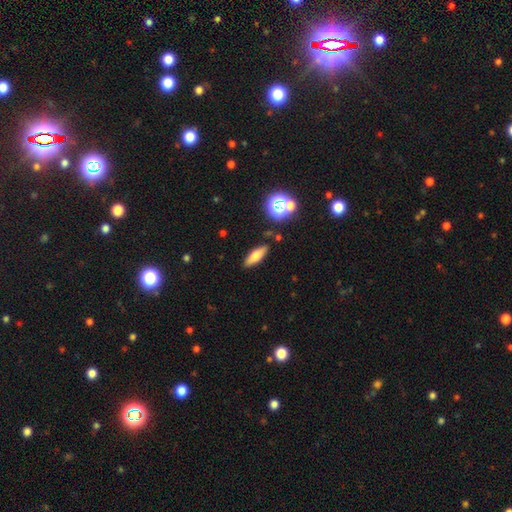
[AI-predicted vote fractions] Smooth or featured? smooth (67%)
How rounded? in between (55%)
Merging? none (85%)